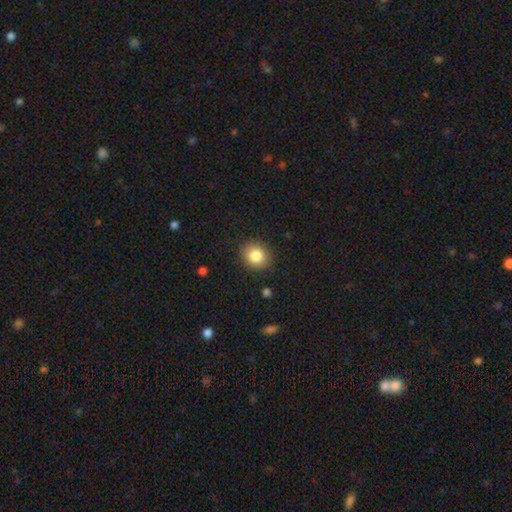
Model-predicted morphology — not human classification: Smooth or featured: smooth — 84% (star or artifact — 9%)
How rounded: round — 68% (in between — 31%)
Merging: none — 88% (minor disturbance — 8%)